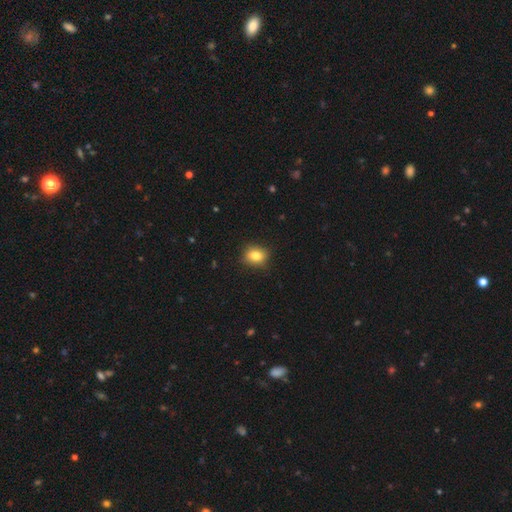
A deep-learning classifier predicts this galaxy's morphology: A smooth galaxy with no disk features (82%) that is in between round and cigar-shaped (49%, tied with round).

Vote fractions:
- Smooth or featured? smooth: 82% / star or artifact: 10% / featured or disk: 8%
- How rounded? in between: 49% (tied) / round: 49% (tied) / cigar-shaped: 1%
- Merging? none: 84% / minor disturbance: 13% / major disturbance: 2% / merger: 1%